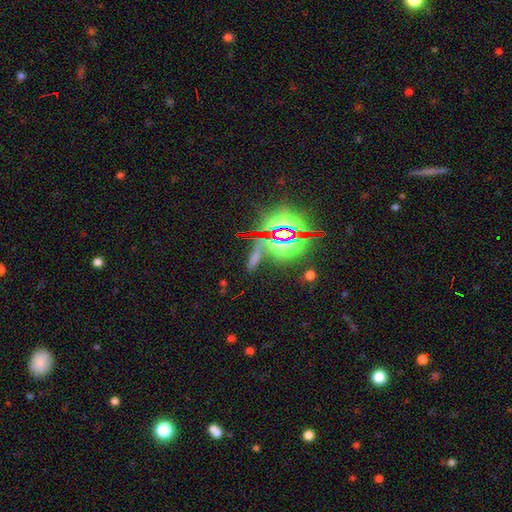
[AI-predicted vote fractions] Smooth or featured?
  - star or artifact: 57% *
  - smooth: 28%
  - featured or disk: 15%